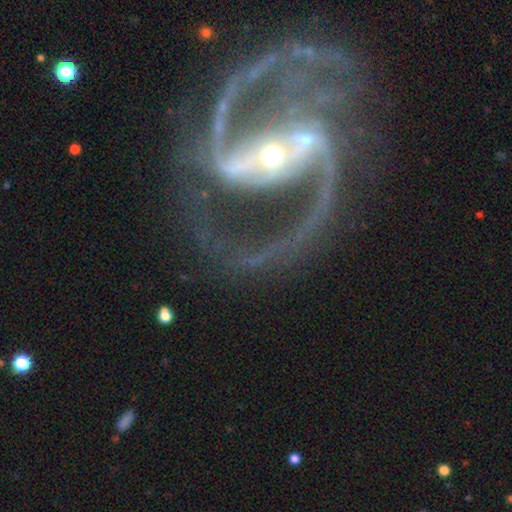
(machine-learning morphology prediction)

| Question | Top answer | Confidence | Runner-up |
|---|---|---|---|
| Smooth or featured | featured or disk | 93% | star or artifact (5%) |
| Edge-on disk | no | 98% | yes (2%) |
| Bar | strong | 67% | weak (22%) |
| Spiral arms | yes | 98% | no (2%) |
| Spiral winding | medium | 59% | loose (27%) |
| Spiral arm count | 2 | 87% | 3 (4%) |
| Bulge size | small | 54% | moderate (41%) |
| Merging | none | 58% | major disturbance (17%) |